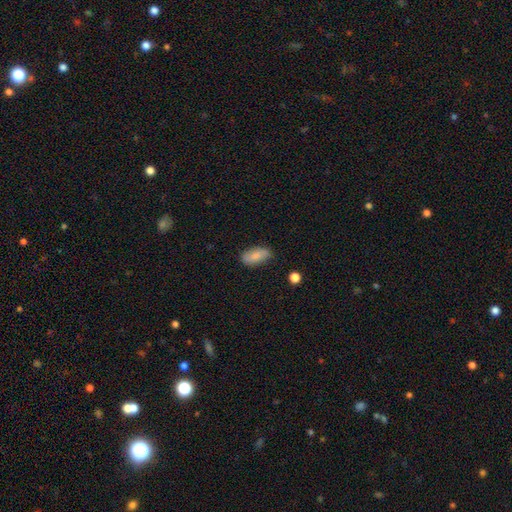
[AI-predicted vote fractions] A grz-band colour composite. It shows a smooth galaxy with no disk features (79%) that is in between round and cigar-shaped (90%). Merging: none (76%).